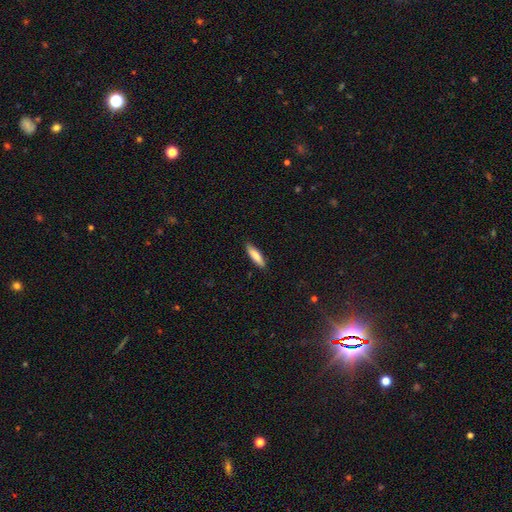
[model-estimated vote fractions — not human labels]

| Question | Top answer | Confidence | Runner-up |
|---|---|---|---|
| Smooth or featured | smooth | 83% | featured or disk (12%) |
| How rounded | cigar-shaped | 69% | in between (30%) |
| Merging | none | 88% | minor disturbance (9%) |